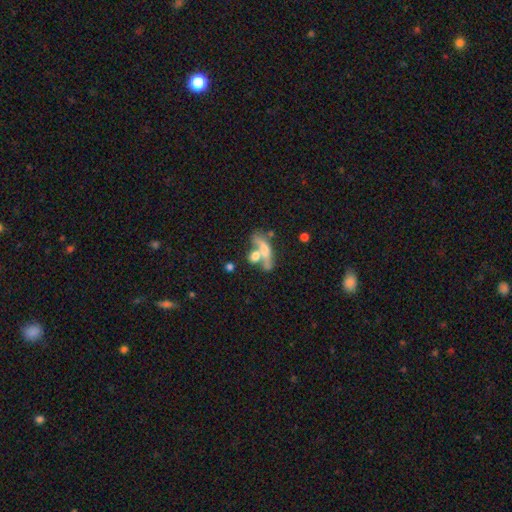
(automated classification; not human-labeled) smooth_or_featured: smooth (p=0.51) [alt: featured or disk p=0.40]
how_rounded: in between (p=0.45) [alt: cigar-shaped p=0.39]
merging: merger (p=0.46) [alt: none p=0.32]